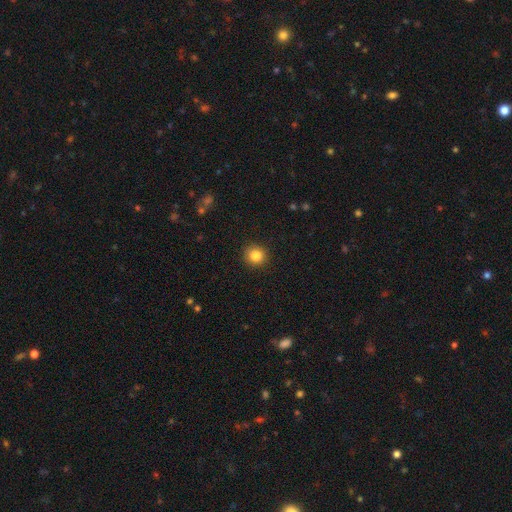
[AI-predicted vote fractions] Smooth or featured? Predicted: smooth (p=0.84). How rounded? Predicted: round (p=0.90). Merging? Predicted: none (p=0.91).